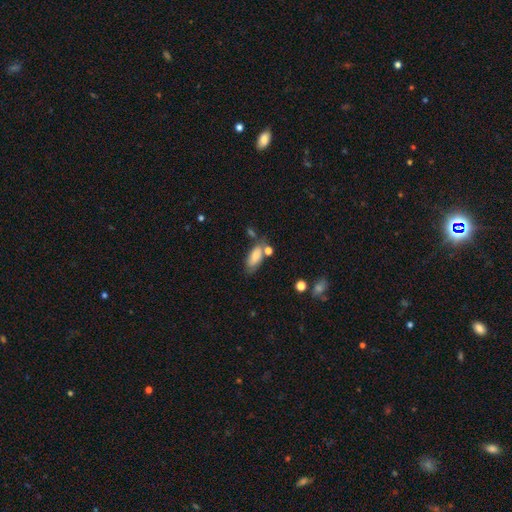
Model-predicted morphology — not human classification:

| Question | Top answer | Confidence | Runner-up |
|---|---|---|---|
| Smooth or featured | smooth | 78% | featured or disk (14%) |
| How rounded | in between | 84% | cigar-shaped (13%) |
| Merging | none | 57% | minor disturbance (21%) |